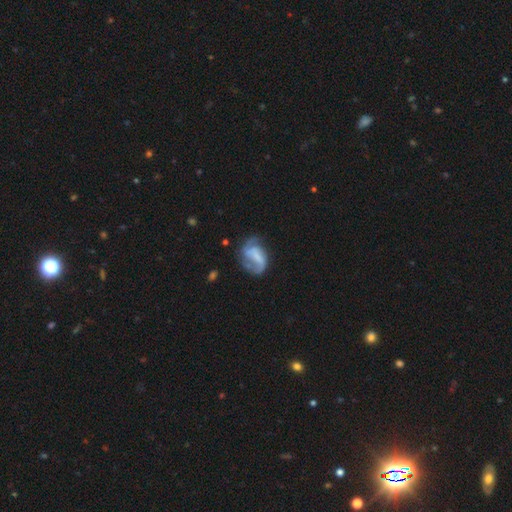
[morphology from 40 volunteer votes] Smooth or featured?
  - featured or disk: 68% *
  - smooth: 20%
  - star or artifact: 12%
Edge-on disk?
  - no: 96% *
  - yes: 4%
Bar?
  - weak: 50% *
  - no: 42%
  - strong: 8%
Spiral arms?
  - yes: 73% *
  - no: 27%
Spiral winding?
  - loose: 63% *
  - medium: 26%
  - tight: 11%
Spiral arm count?
  - 2: 47% *
  - 1: 32%
  - can't tell: 21%
  - 3: 0%
  - 4: 0%
  - more than 4: 0%
Bulge size?
  - none: 69% *
  - small: 27%
  - moderate: 4%
  - dominant: 0%
  - large: 0%
Merging?
  - major disturbance: 37% *
  - none: 29%
  - minor disturbance: 29%
  - merger: 6%